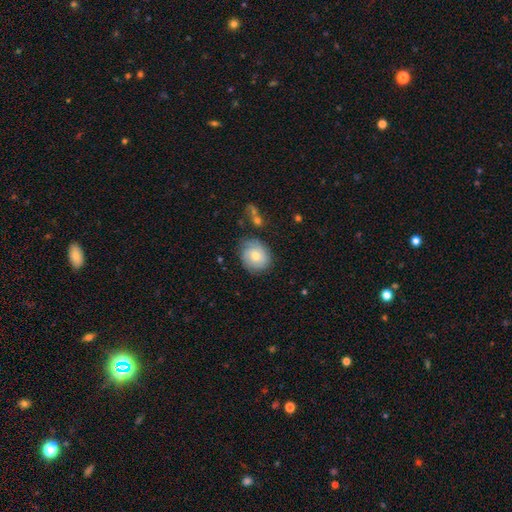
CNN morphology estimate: This is possibly a smooth galaxy (49%). Merging: likely none (74%).